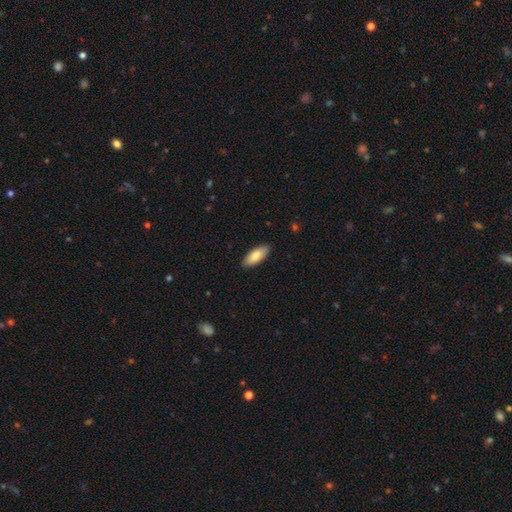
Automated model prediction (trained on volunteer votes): smooth 80%, featured or disk 14%, star or artifact 6%. Down the decision tree: how rounded — in between (82%); merging — none (88%).